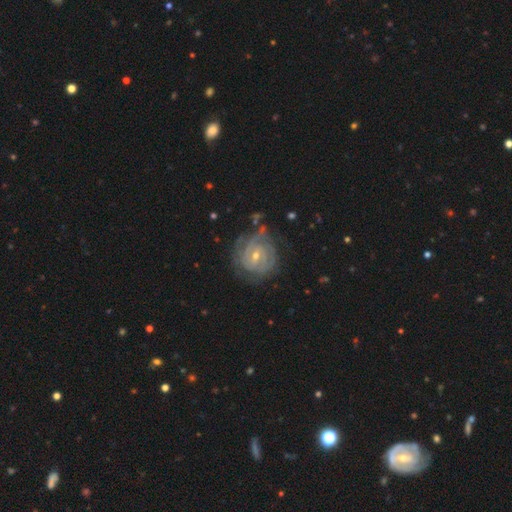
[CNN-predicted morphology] Smooth or featured: featured or disk — 81% (smooth — 11%)
Edge-on disk: no — 97% (yes — 3%)
Bar: weak — 46% (no — 42%)
Spiral arms: yes — 93% (no — 7%)
Spiral winding: tight — 75% (medium — 20%)
Spiral arm count: can't tell — 40% (2 — 25%)
Bulge size: small — 59% (moderate — 38%)
Merging: none — 68% (minor disturbance — 20%)